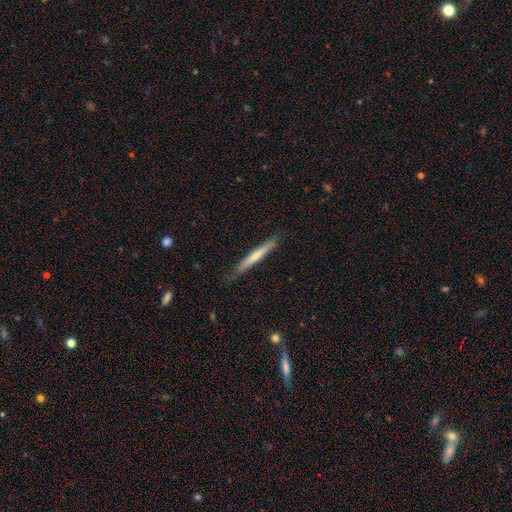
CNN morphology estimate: Overall: featured or disk (59%; smooth 33%). Edge-on disk: yes (96%). Edge-on bulge: rounded (58%; none 36%). Merging: none (86%).